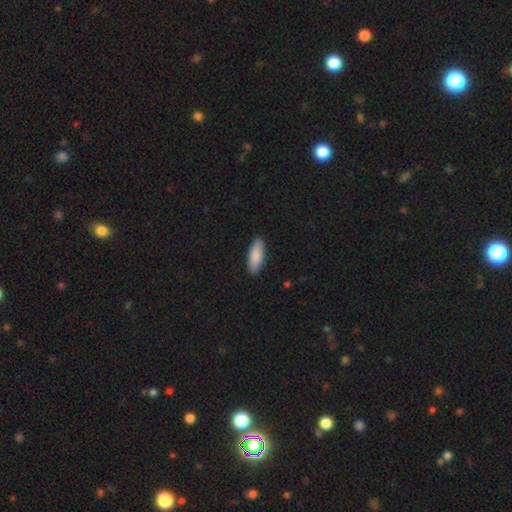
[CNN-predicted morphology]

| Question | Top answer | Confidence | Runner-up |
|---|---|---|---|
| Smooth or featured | smooth | 89% | featured or disk (6%) |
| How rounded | in between | 72% | cigar-shaped (26%) |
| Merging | none | 90% | minor disturbance (8%) |